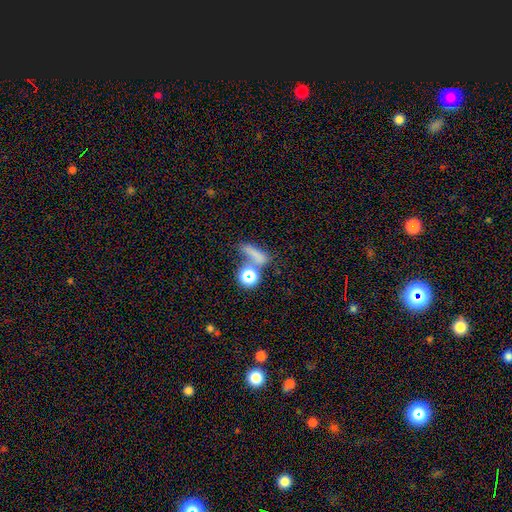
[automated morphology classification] Q: Smooth or featured?
A: smooth (66%); runner-up: star or artifact (21%)
Q: How rounded?
A: in between (38%); runner-up: cigar-shaped (37%)
Q: Merging?
A: none (45%); runner-up: merger (29%)